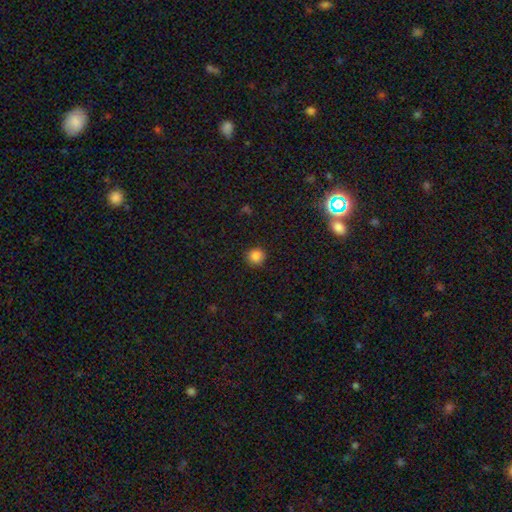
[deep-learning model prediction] Smooth or featured? Predicted: smooth (p=0.85). How rounded? Predicted: round (p=0.91). Merging? Predicted: none (p=0.89).